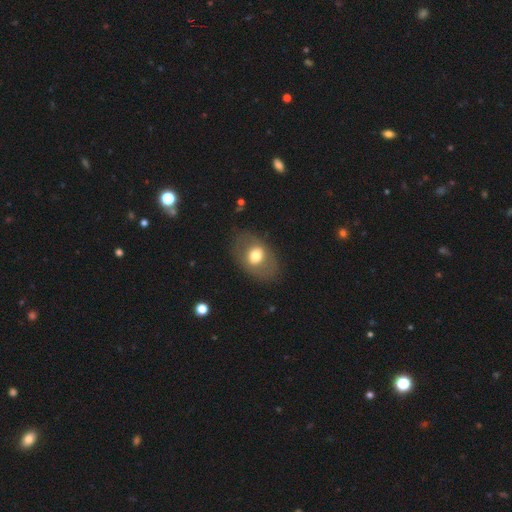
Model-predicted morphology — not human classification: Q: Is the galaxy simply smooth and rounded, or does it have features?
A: smooth — 59%.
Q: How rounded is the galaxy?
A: in between — 76%.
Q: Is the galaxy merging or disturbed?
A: none — 77%.